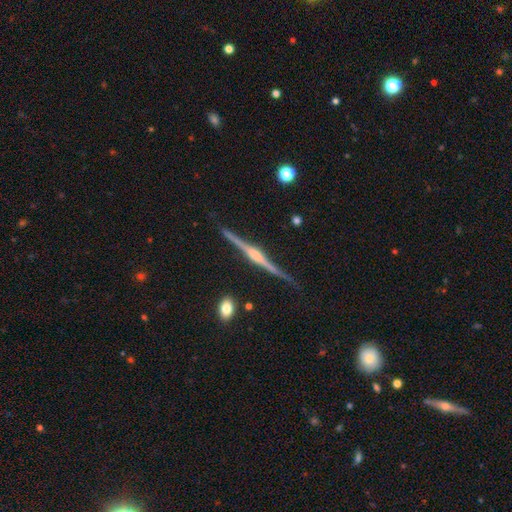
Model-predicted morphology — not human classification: Smooth or featured?
  - featured or disk: 89% *
  - smooth: 6%
  - star or artifact: 5%
Edge-on disk?
  - yes: 99% *
  - no: 1%
Edge-on bulge?
  - rounded: 80% *
  - boxy: 13%
  - none: 6%
Merging?
  - none: 86% *
  - minor disturbance: 10%
  - major disturbance: 2%
  - merger: 2%